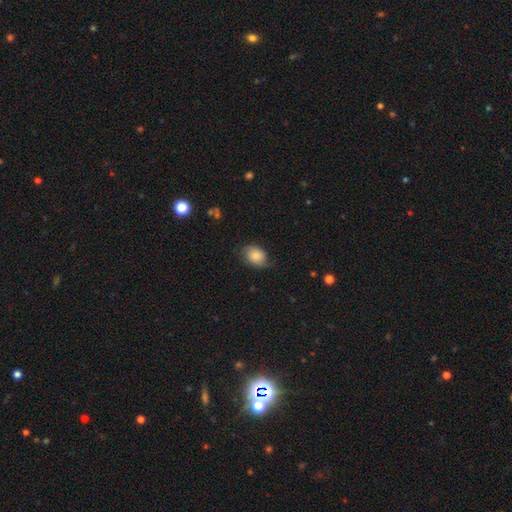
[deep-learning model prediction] Morphology: type=smooth (78%); roundness=in between (66%); merging=none (64%).